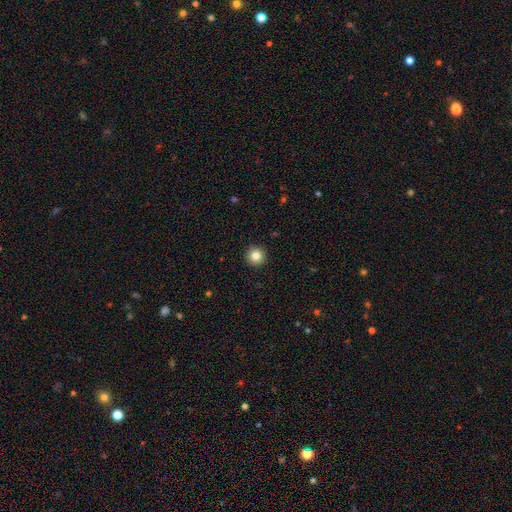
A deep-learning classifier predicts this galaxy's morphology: This is clearly a smooth galaxy (83%). How rounded: clearly round (96%). Merging: clearly none (93%).